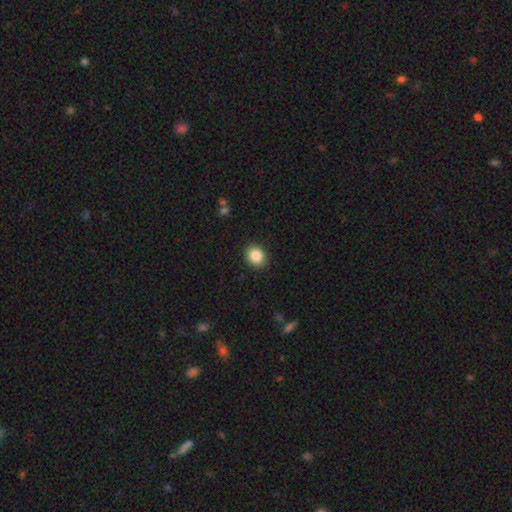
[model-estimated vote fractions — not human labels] The model was most divided on "how rounded": round: 68%, in between: 31%, cigar-shaped: 1%. More confident: merging — none (90%); smooth or featured — smooth (87%).